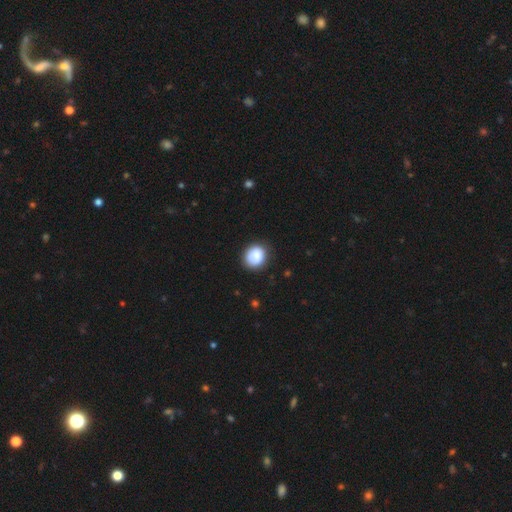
smooth_or_featured: smooth (p=0.90) [alt: star or artifact p=0.08]
how_rounded: round (p=0.91) [alt: in between p=0.09]
merging: none (p=0.78) [alt: minor disturbance p=0.17]